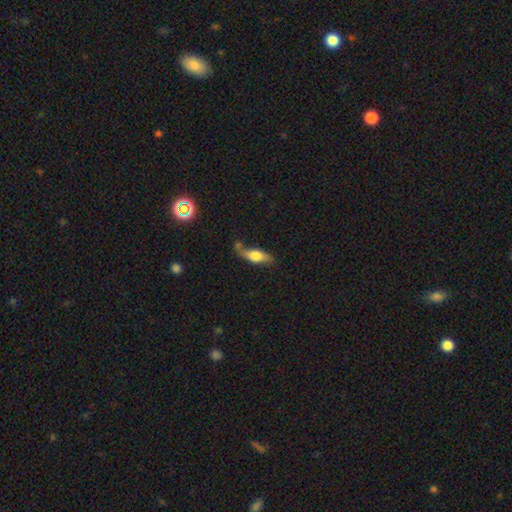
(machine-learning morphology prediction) Smooth or featured?
  - smooth: 58% *
  - featured or disk: 34%
  - star or artifact: 7%
How rounded?
  - in between: 65% *
  - cigar-shaped: 31%
  - round: 5%
Merging?
  - none: 54% *
  - minor disturbance: 24%
  - merger: 13%
  - major disturbance: 9%